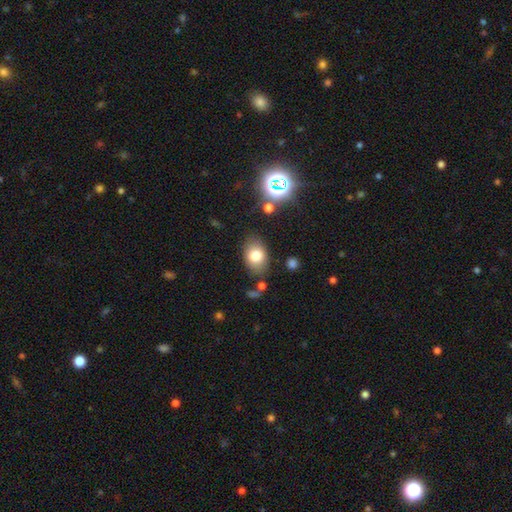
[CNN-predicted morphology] This appears to be a smooth galaxy with no disk features (77%) that is in between round and cigar-shaped (77%). Merging: none (78%).